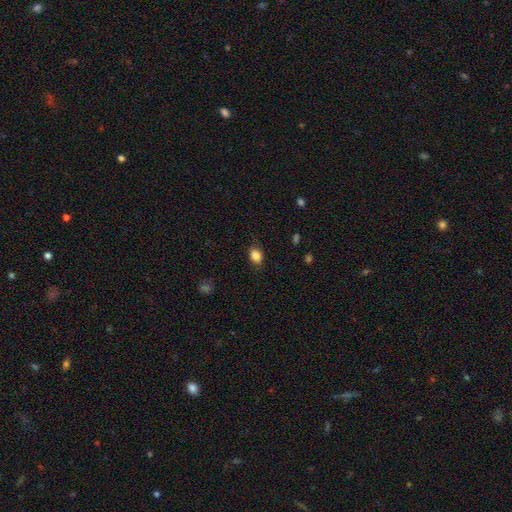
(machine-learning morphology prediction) This is clearly a smooth galaxy (86%). How rounded: likely in between (67%). Merging: likely none (79%).